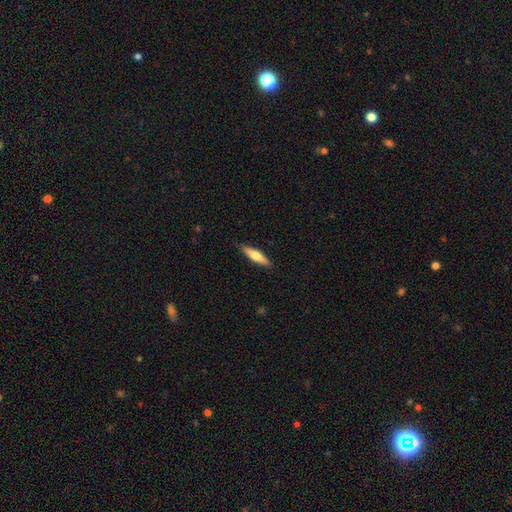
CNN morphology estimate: This is possibly a smooth galaxy (55%). How rounded: likely cigar-shaped (75%). Merging: clearly none (89%).